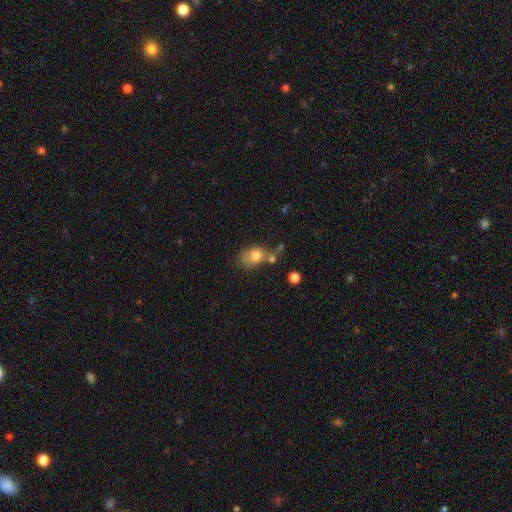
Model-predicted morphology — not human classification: A smooth galaxy with no disk features (75%) that is in between round and cigar-shaped (60%).

Vote fractions:
- Smooth or featured? smooth: 75% / featured or disk: 15% / star or artifact: 10%
- How rounded? in between: 60% / round: 39% / cigar-shaped: 2%
- Merging? none: 32% / merger: 29% / minor disturbance: 22% / major disturbance: 17%